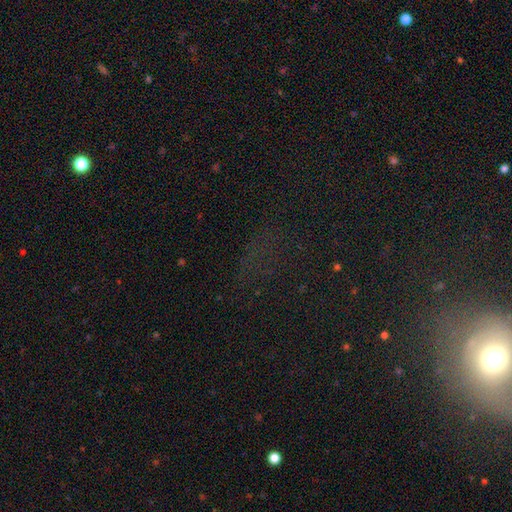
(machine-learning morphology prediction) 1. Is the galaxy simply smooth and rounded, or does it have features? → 59% star or artifact, 26% smooth, 15% featured or disk.